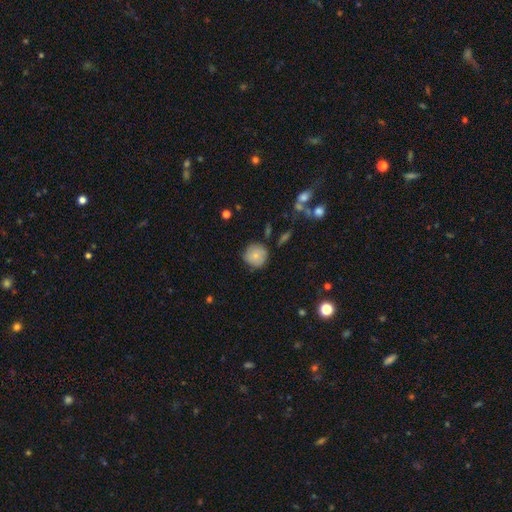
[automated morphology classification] Smooth or featured: smooth — 76% (featured or disk — 16%)
How rounded: round — 92% (in between — 7%)
Merging: none — 78% (minor disturbance — 17%)